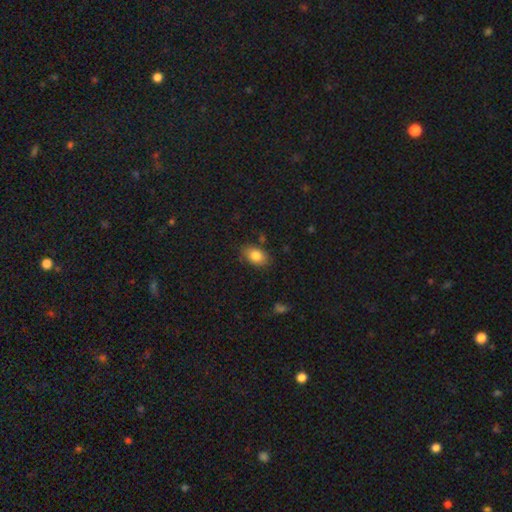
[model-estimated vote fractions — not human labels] Smooth or featured? Predicted: smooth (p=0.82). How rounded? Predicted: in between (p=0.86). Merging? Predicted: none (p=0.80).